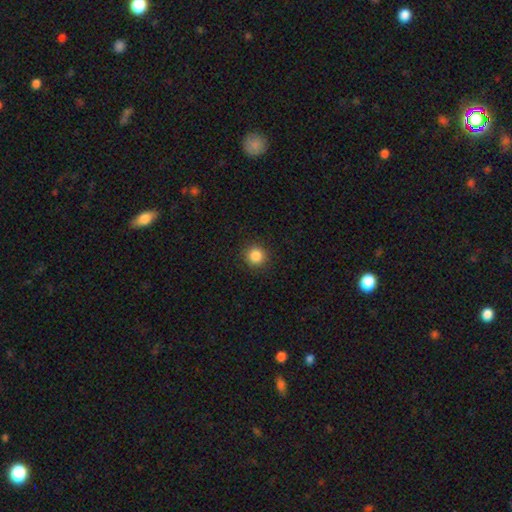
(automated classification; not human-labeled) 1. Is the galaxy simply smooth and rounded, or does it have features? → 86% smooth, 11% star or artifact, 3% featured or disk.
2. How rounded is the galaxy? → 94% round, 5% in between, 1% cigar-shaped.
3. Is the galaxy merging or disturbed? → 91% none, 6% minor disturbance, 2% major disturbance, 1% merger.